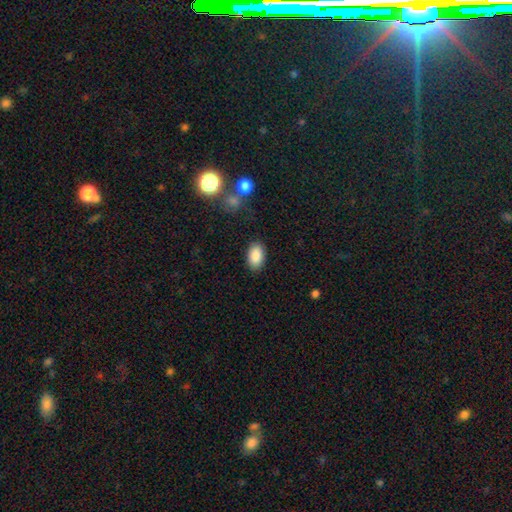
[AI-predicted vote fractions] smooth-or-featured: smooth: 88% | star or artifact: 7% | featured or disk: 4%
  how-rounded: in between: 93% | round: 5% | cigar-shaped: 1%
  merging: none: 87% | minor disturbance: 9% | major disturbance: 3% | merger: 2%